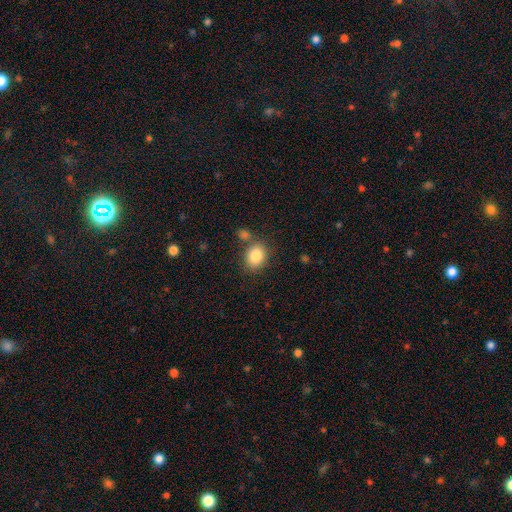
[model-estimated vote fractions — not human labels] The model was most divided on "how rounded": in between: 54%, round: 45%, cigar-shaped: 1%. More confident: smooth or featured — smooth (85%); merging — none (69%).